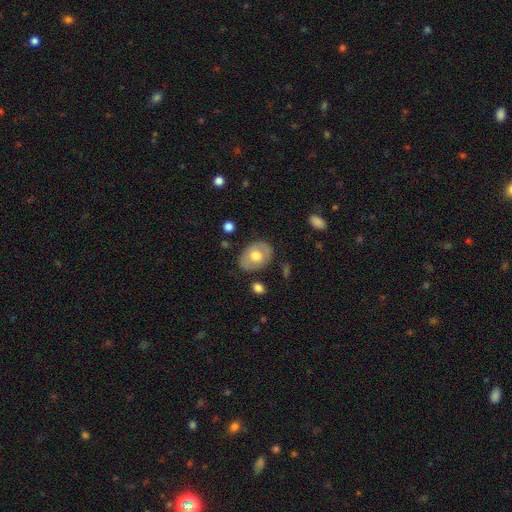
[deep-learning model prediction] smooth-or-featured: smooth: 58% | featured or disk: 36% | star or artifact: 6%
  how-rounded: in between: 72% | round: 27% | cigar-shaped: 1%
  merging: none: 79% | minor disturbance: 15% | major disturbance: 4% | merger: 2%